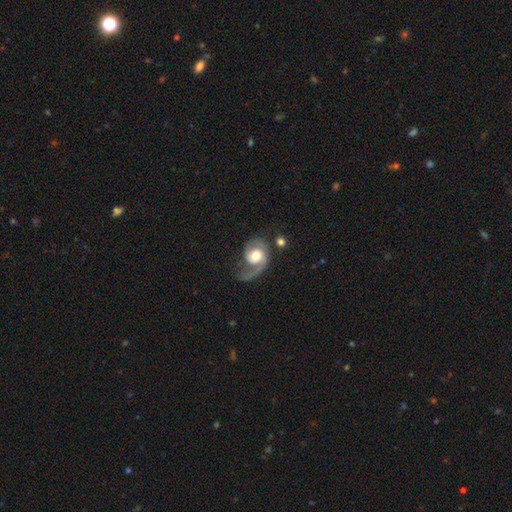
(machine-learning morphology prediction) Smooth or featured?
  - featured or disk: 73% *
  - smooth: 21%
  - star or artifact: 6%
Edge-on disk?
  - no: 97% *
  - yes: 3%
Bar?
  - no: 66% *
  - weak: 28%
  - strong: 6%
Spiral arms?
  - yes: 92% *
  - no: 8%
Spiral winding?
  - medium: 41% *
  - loose: 39%
  - tight: 20%
Spiral arm count?
  - 1: 57% *
  - 2: 36%
  - can't tell: 4%
  - 3: 1%
  - 4: 1%
  - more than 4: 1%
Bulge size?
  - moderate: 48% *
  - large: 38%
  - small: 7%
  - dominant: 6%
  - none: 2%
Merging?
  - major disturbance: 39% *
  - none: 35%
  - minor disturbance: 20%
  - merger: 6%